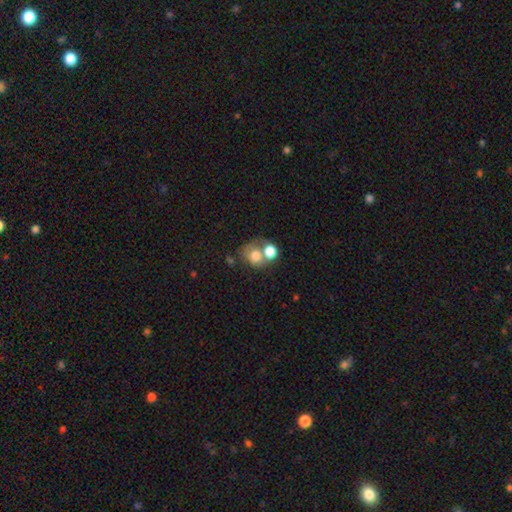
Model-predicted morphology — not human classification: smooth_or_featured: smooth (p=0.72) [alt: featured or disk p=0.18]
how_rounded: round (p=0.67) [alt: in between p=0.32]
merging: merger (p=0.55) [alt: none p=0.28]